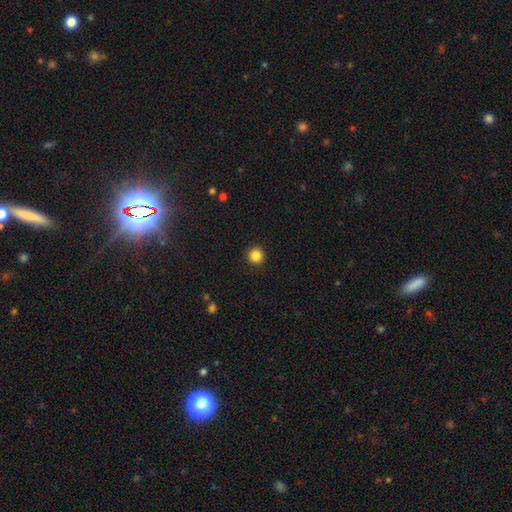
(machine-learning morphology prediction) A smooth galaxy with no disk features (85%) that is round (95%). Merging: none (92%).